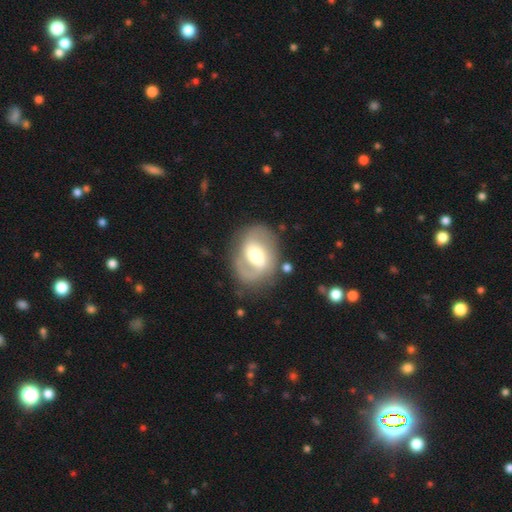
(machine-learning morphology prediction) Q: Smooth or featured?
A: featured or disk (73%); runner-up: smooth (21%)
Q: Edge-on disk?
A: no (97%); runner-up: yes (3%)
Q: Bar?
A: weak (45%); runner-up: strong (30%)
Q: Spiral arms?
A: yes (83%); runner-up: no (17%)
Q: Spiral winding?
A: medium (47%); runner-up: loose (27%)
Q: Spiral arm count?
A: 2 (81%); runner-up: 1 (8%)
Q: Bulge size?
A: moderate (60%); runner-up: large (22%)
Q: Merging?
A: none (74%); runner-up: minor disturbance (15%)